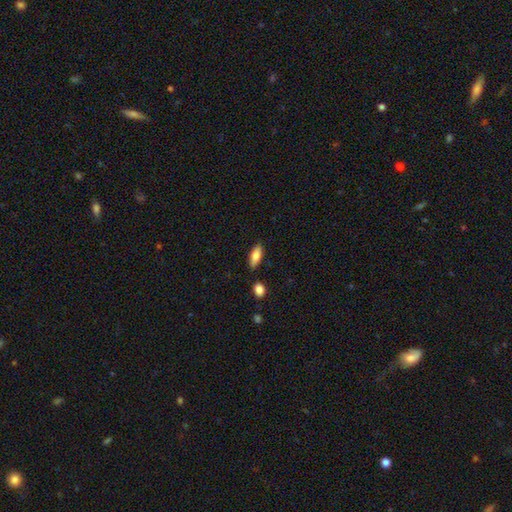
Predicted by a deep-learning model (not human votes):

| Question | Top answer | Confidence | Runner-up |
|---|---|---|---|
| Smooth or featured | smooth | 77% | featured or disk (17%) |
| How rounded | in between | 77% | cigar-shaped (21%) |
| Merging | none | 84% | minor disturbance (11%) |